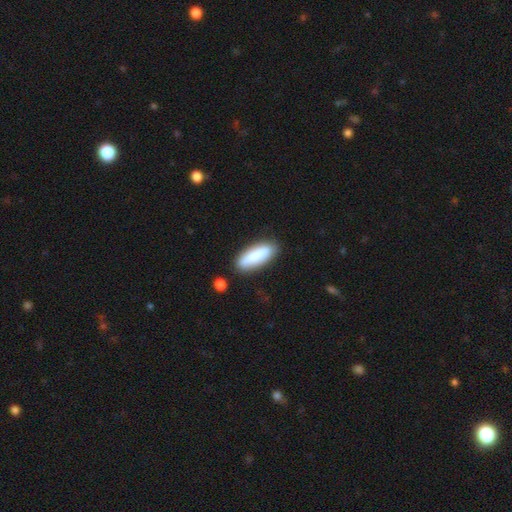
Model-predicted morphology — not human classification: smooth-or-featured: smooth: 82% | featured or disk: 12% | star or artifact: 5%
  how-rounded: in between: 55% | cigar-shaped: 44% | round: 2%
  merging: none: 84% | minor disturbance: 11% | merger: 3% | major disturbance: 3%